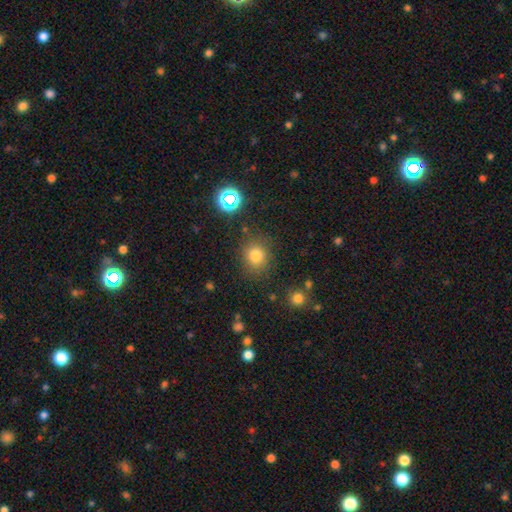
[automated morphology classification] This is likely a smooth galaxy (77%). How rounded: clearly round (82%). Merging: clearly none (83%).